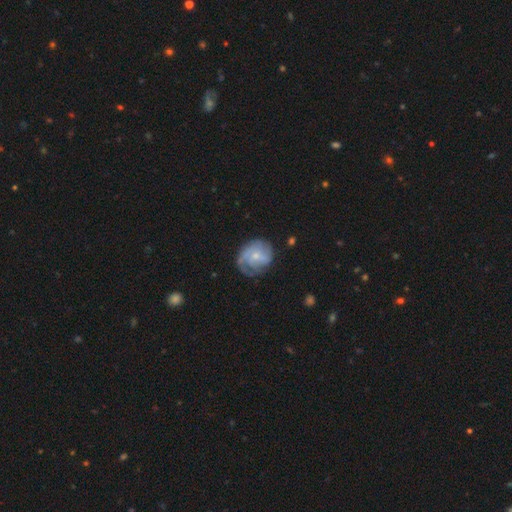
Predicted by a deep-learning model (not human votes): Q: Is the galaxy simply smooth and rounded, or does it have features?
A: featured or disk — 64%.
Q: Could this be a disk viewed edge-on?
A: no — 98%.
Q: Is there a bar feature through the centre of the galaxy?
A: no — 67%.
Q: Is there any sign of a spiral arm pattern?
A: yes — 84%.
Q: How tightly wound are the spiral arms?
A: tight — 41%.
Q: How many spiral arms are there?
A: can't tell — 39%.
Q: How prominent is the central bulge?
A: small — 69%.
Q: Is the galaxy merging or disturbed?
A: none — 56%.